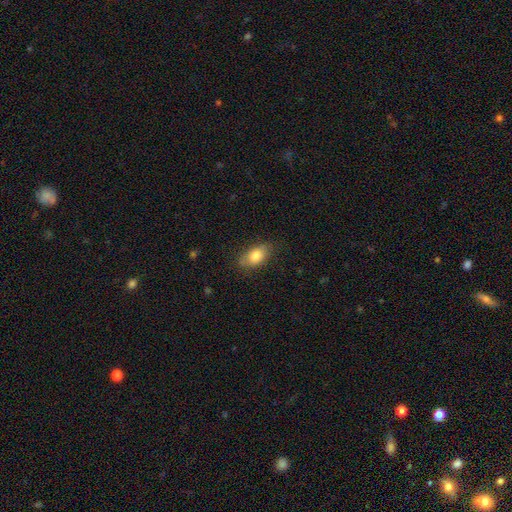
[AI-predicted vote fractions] A smooth galaxy with no disk features (80%) that is in between round and cigar-shaped (88%).

Vote fractions:
- Smooth or featured? smooth: 80% / featured or disk: 13% / star or artifact: 7%
- How rounded? in between: 88% / round: 7% / cigar-shaped: 5%
- Merging? none: 78% / minor disturbance: 17% / major disturbance: 4% / merger: 1%